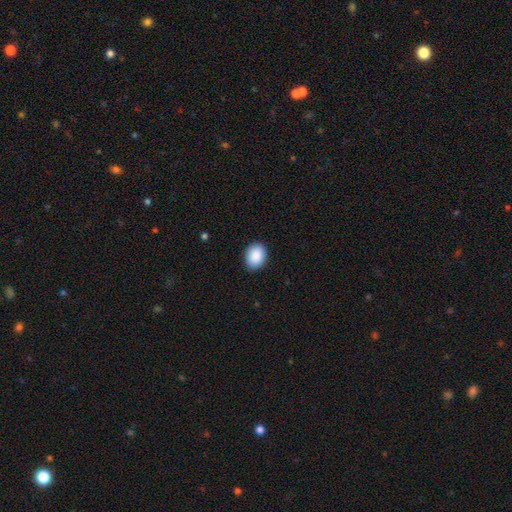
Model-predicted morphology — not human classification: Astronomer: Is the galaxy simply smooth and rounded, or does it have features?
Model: smooth — 90%.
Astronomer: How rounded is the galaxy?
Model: in between — 72%.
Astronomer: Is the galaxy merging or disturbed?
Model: none — 88%.